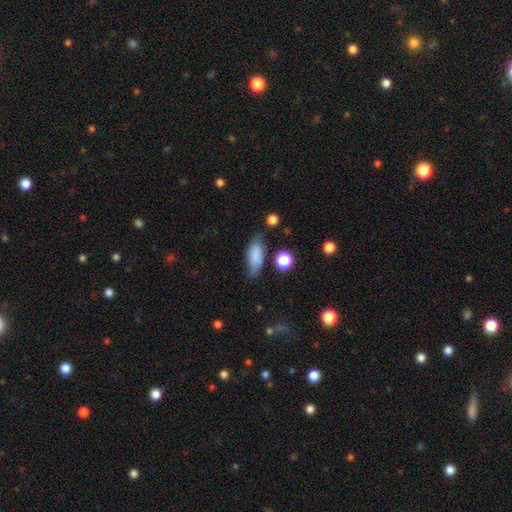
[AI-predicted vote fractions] Smooth or featured? smooth (79%)
How rounded? in between (74%)
Merging? none (66%)